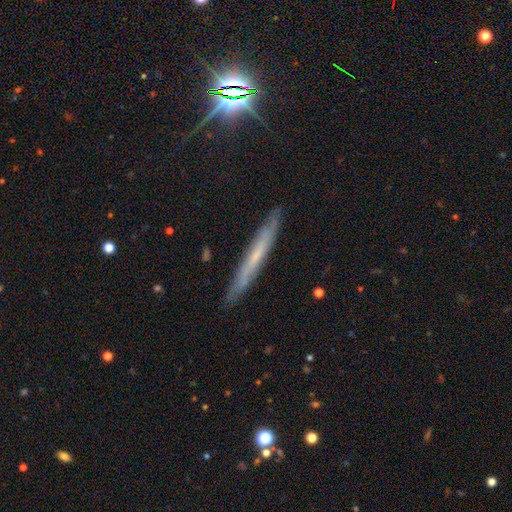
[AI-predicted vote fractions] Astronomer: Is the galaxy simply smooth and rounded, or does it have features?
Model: featured or disk — 53% (runner-up: smooth, 36%).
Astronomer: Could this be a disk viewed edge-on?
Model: yes — 90%.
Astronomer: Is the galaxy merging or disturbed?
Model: none — 87%.